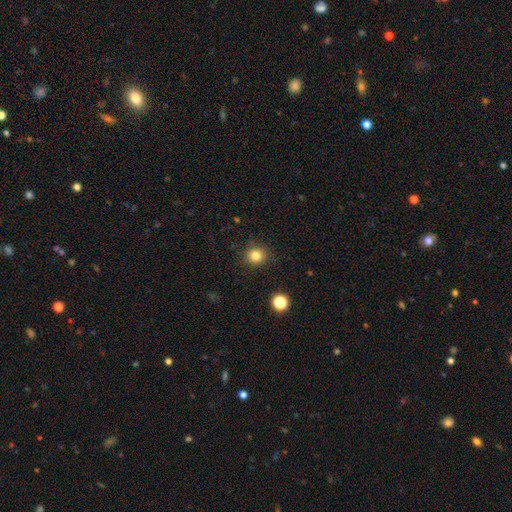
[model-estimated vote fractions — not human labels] This appears to be a smooth galaxy with no disk features (82%) that is round (87%). Merging: none (88%).